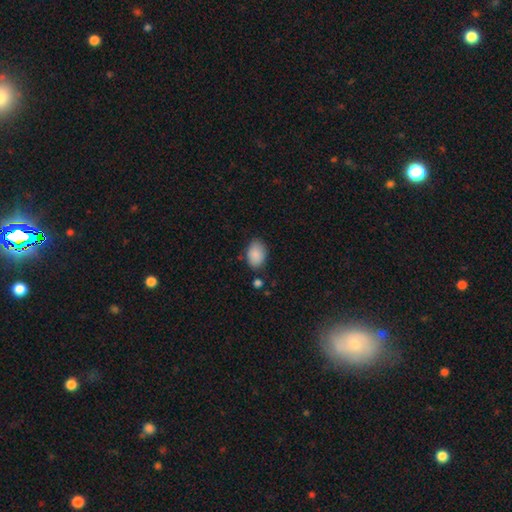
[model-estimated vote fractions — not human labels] A smooth galaxy with no disk features (89%) that is in between round and cigar-shaped (82%). Merging: none (74%).